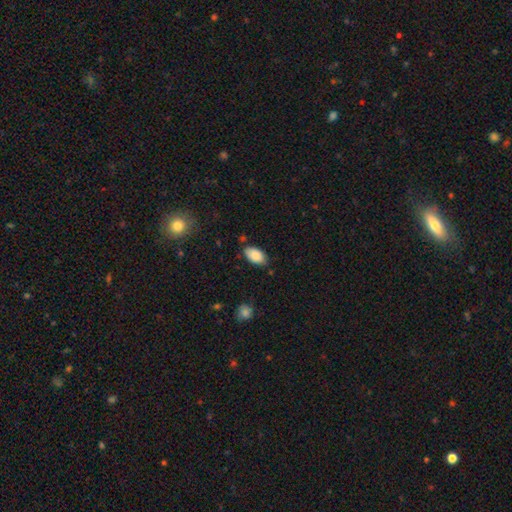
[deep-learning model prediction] Smooth or featured? Predicted: smooth (p=0.87). How rounded? Predicted: in between (p=0.94). Merging? Predicted: none (p=0.77).